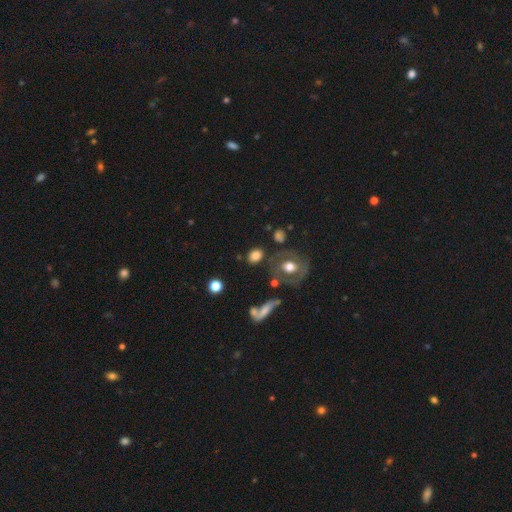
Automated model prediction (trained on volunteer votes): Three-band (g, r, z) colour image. It shows a smooth galaxy with no disk features (77%) that is in between round and cigar-shaped (53%). Merging: none (72%).